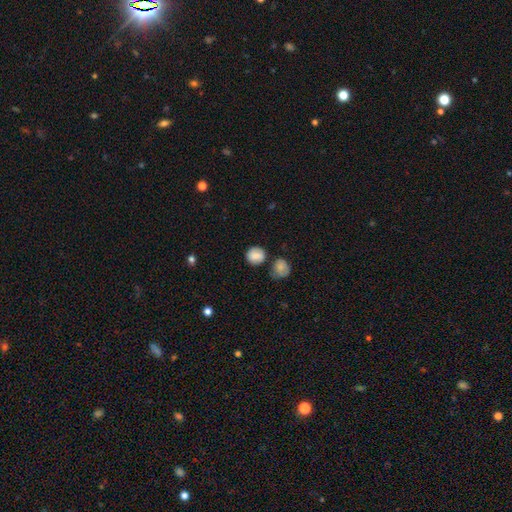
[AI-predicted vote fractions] This appears to be a smooth galaxy with no disk features (82%) that is round (82%). Merging: none (70%).